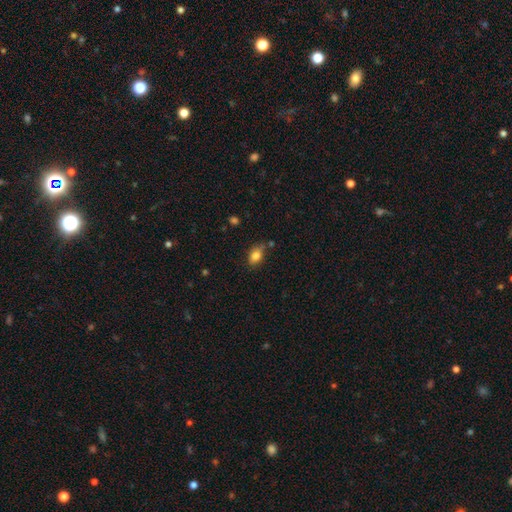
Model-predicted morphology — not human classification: Smooth or featured: smooth — 83% (star or artifact — 9%)
How rounded: in between — 79% (round — 19%)
Merging: none — 64% (minor disturbance — 22%)